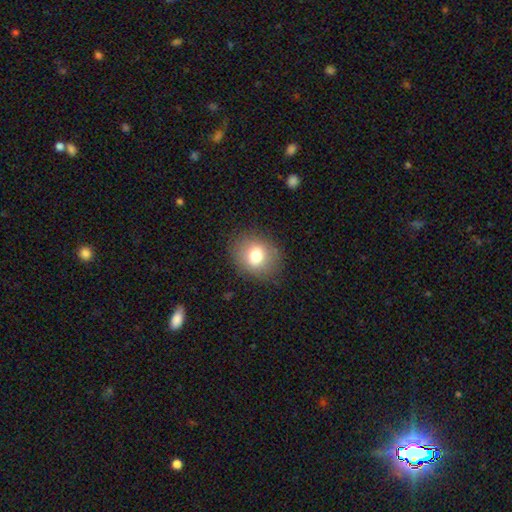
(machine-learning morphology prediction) Smooth or featured?
  - smooth: 74% *
  - featured or disk: 15%
  - star or artifact: 10%
How rounded?
  - round: 65% *
  - in between: 34%
  - cigar-shaped: 1%
Merging?
  - none: 84% *
  - minor disturbance: 11%
  - major disturbance: 4%
  - merger: 1%